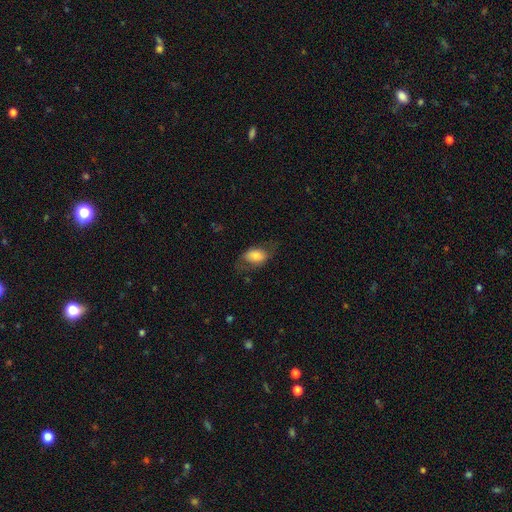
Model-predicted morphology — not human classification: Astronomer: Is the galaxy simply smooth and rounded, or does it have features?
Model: smooth — 67%.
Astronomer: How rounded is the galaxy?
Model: in between — 85%.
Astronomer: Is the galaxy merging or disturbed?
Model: none — 56%.